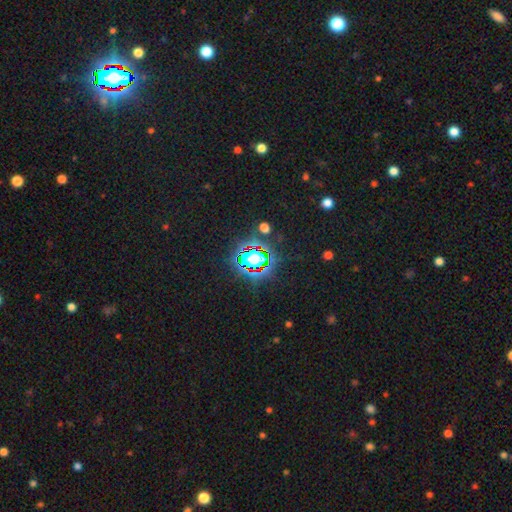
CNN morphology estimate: A star or artifact, not a galaxy (84%).